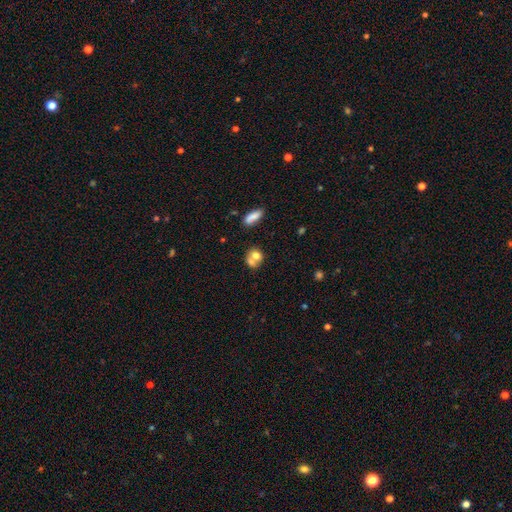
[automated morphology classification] The model was most divided on "how rounded": round: 61%, in between: 38%, cigar-shaped: 1%. More confident: smooth or featured — smooth (68%); merging — merger (57%).